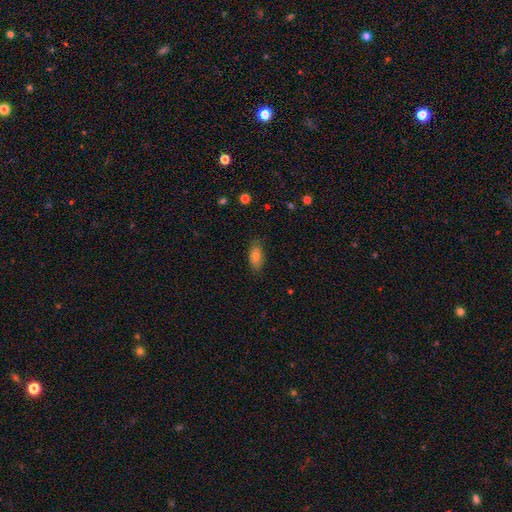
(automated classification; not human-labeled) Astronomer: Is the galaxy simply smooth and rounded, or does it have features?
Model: smooth — 73%.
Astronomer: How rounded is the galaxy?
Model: in between — 86%.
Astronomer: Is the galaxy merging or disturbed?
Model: none — 81%.